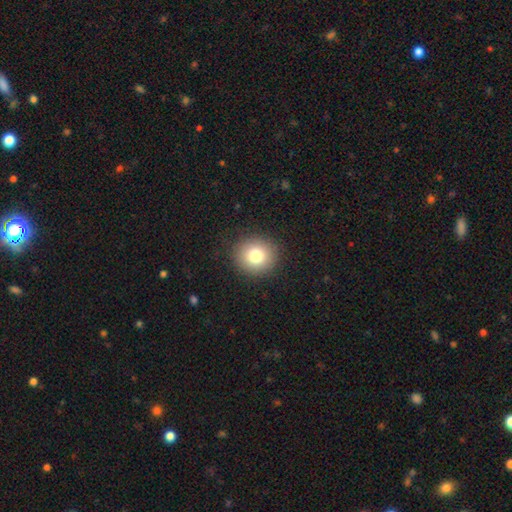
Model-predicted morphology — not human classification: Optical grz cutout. It shows a smooth galaxy with no disk features (80%) that is round (91%). Merging: none (90%).